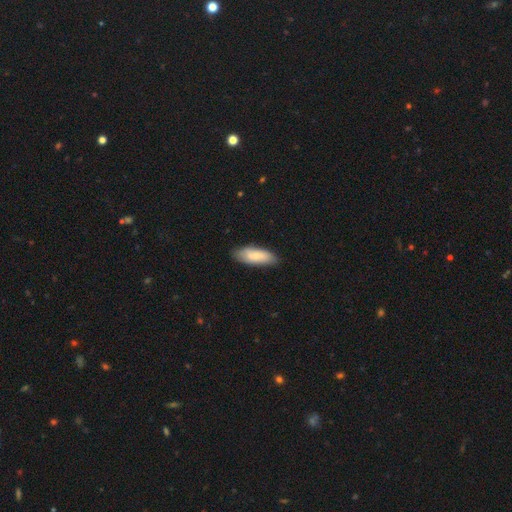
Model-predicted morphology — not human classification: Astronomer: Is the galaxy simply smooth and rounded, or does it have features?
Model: smooth — 76%.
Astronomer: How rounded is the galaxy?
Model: in between — 74%.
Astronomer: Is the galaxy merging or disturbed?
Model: none — 80%.